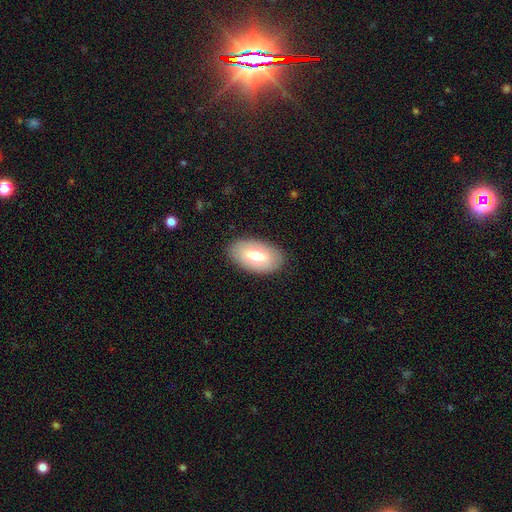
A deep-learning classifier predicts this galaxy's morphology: This appears to be a smooth galaxy with no disk features (62%) that is in between round and cigar-shaped (94%). Merging: none (86%).